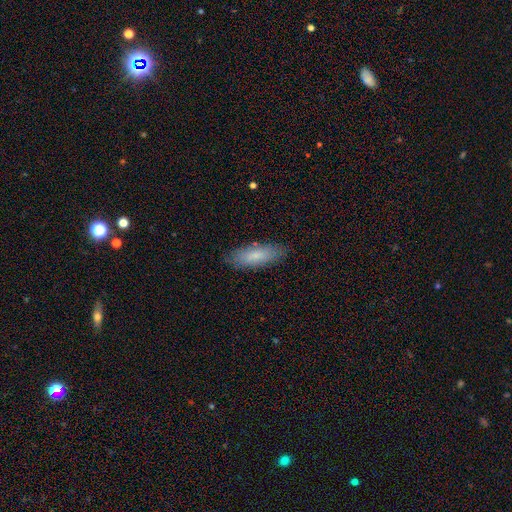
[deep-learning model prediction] Smooth or featured: smooth — 79% (featured or disk — 15%)
How rounded: in between — 61% (cigar-shaped — 37%)
Merging: none — 84% (minor disturbance — 12%)